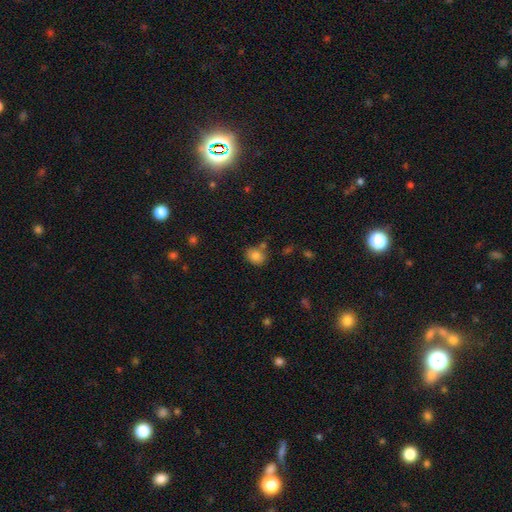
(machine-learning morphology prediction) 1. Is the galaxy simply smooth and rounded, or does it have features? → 82% smooth, 10% star or artifact, 8% featured or disk.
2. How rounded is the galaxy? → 57% round, 42% in between, 1% cigar-shaped.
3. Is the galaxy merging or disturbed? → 68% none, 16% minor disturbance, 12% merger, 4% major disturbance.